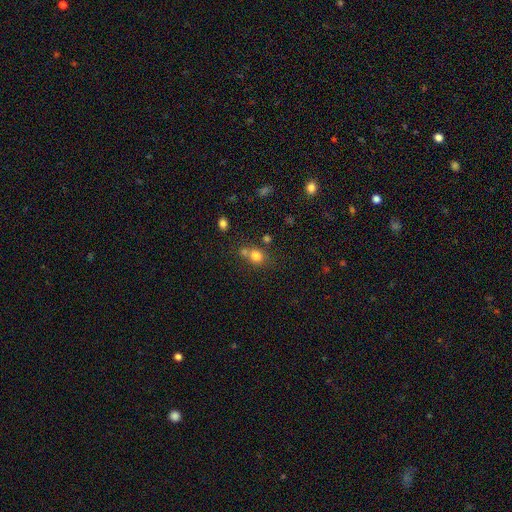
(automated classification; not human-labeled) Morphology: type=smooth (78%); roundness=round (70%); merging=none (51%).